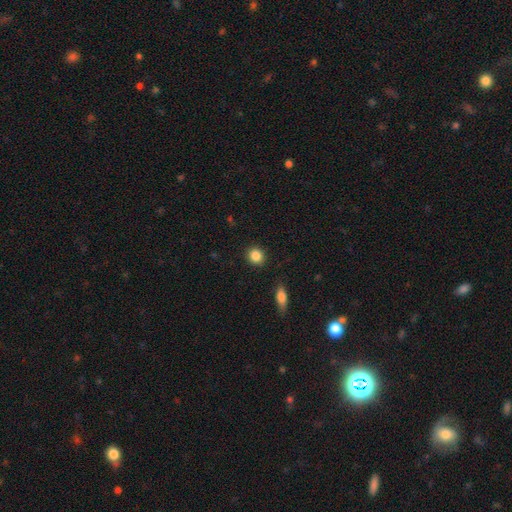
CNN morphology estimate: type=smooth (86%); roundness=round (84%); merging=none (90%).